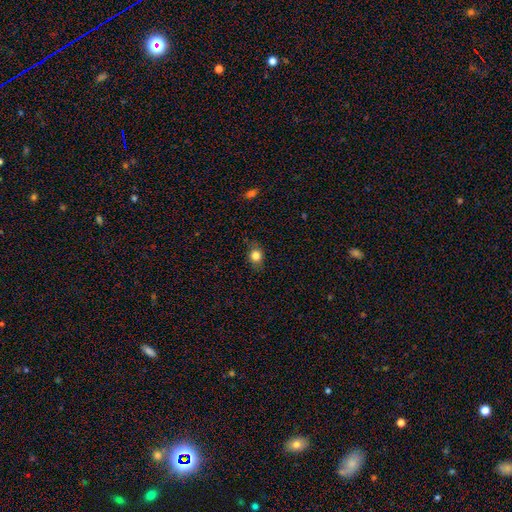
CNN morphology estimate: A smooth galaxy with no disk features (81%) that is round (65%).

Vote fractions:
- Smooth or featured? smooth: 81% / star or artifact: 11% / featured or disk: 8%
- How rounded? round: 65% / in between: 34% / cigar-shaped: 2%
- Merging? none: 78% / minor disturbance: 17% / major disturbance: 4% / merger: 1%